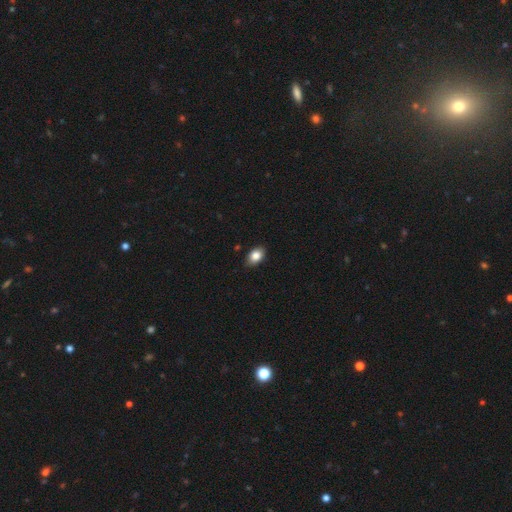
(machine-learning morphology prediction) A smooth galaxy with no disk features (84%) that is in between round and cigar-shaped (85%).

Vote fractions:
- Smooth or featured? smooth: 84% / featured or disk: 8% / star or artifact: 8%
- How rounded? in between: 85% / round: 13% / cigar-shaped: 1%
- Merging? none: 85% / minor disturbance: 12% / major disturbance: 2% / merger: 1%